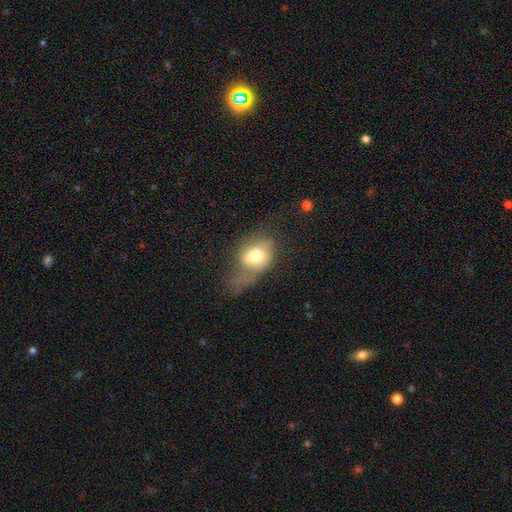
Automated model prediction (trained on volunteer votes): This is likely a smooth galaxy (69%). How rounded: likely in between (68%). Merging: marginally major disturbance (41%).